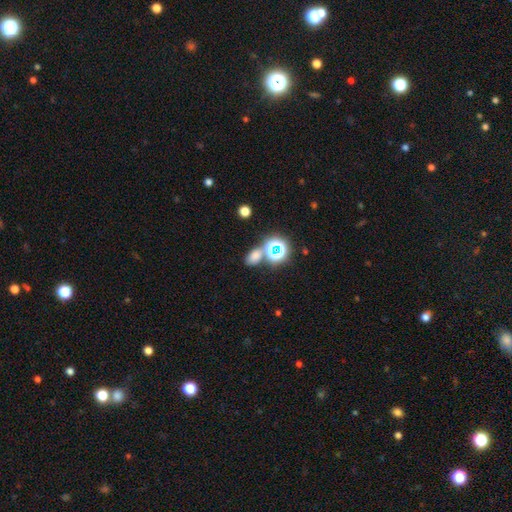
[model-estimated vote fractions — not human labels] Smooth or featured? Predicted: smooth (p=0.65). How rounded? Predicted: in between (p=0.69). Merging? Predicted: none (p=0.66).